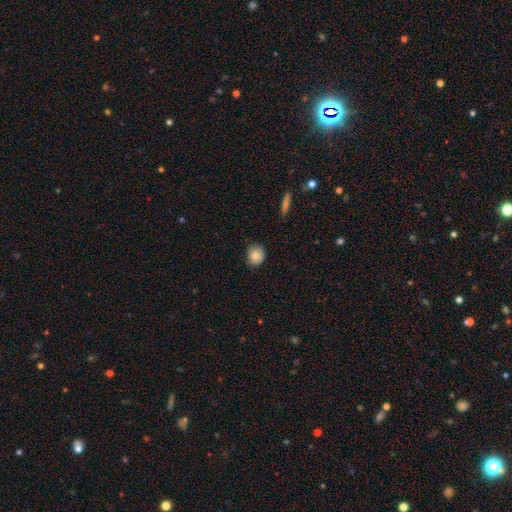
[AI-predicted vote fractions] This appears to be a smooth galaxy with no disk features (83%) that is round (79%). Merging: none (77%).